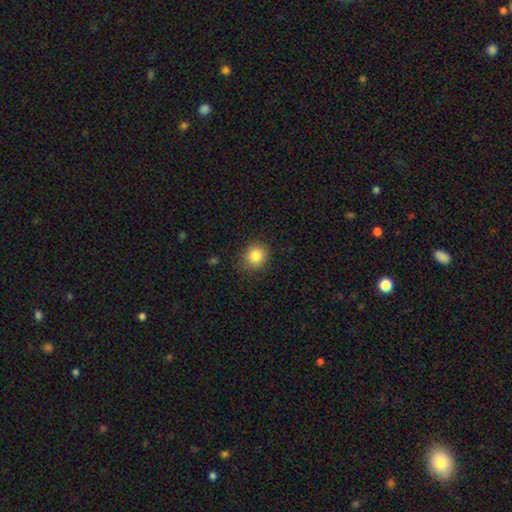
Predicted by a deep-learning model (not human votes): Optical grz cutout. It shows a smooth galaxy with no disk features (84%) that is round (83%). Merging: none (84%).